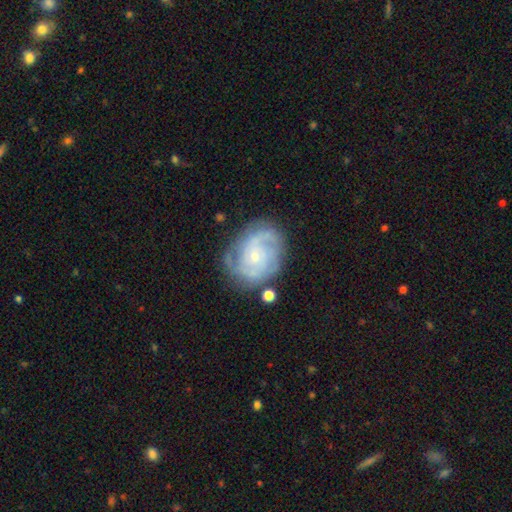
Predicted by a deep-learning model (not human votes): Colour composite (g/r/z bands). It shows a featured or disk galaxy (82%) with no bar (74%), tight (54%) spiral arms (93%) and a small central bulge (79%). Merging: none (69%).